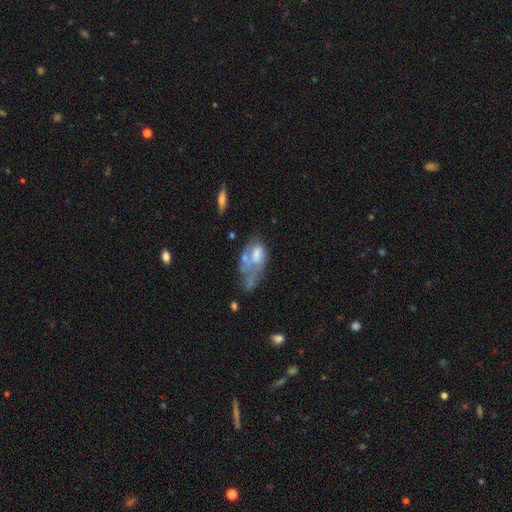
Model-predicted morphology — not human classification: Smooth or featured: smooth — 46% (featured or disk — 45%)
Merging: major disturbance — 39% (merger — 23%)